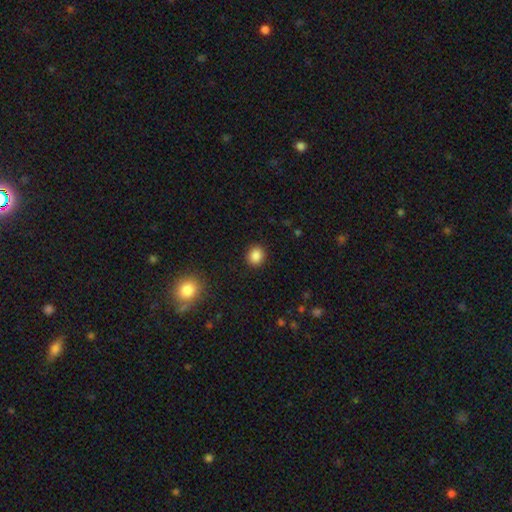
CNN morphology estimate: Q: Smooth or featured?
A: smooth (87%); runner-up: star or artifact (10%)
Q: How rounded?
A: round (76%); runner-up: in between (23%)
Q: Merging?
A: none (90%); runner-up: minor disturbance (6%)